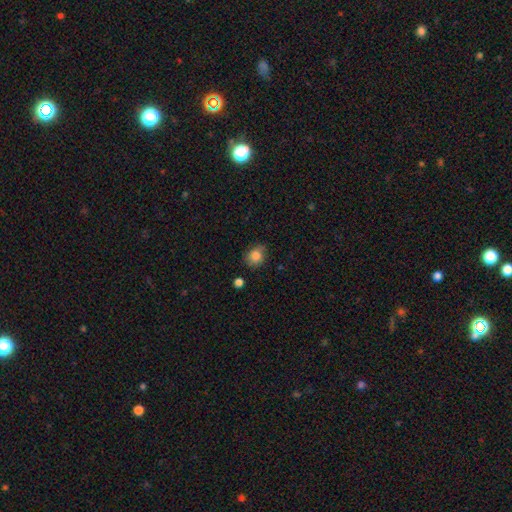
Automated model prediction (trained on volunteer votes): Smooth or featured? Predicted: smooth (p=0.84). How rounded? Predicted: round (p=0.68). Merging? Predicted: none (p=0.74).